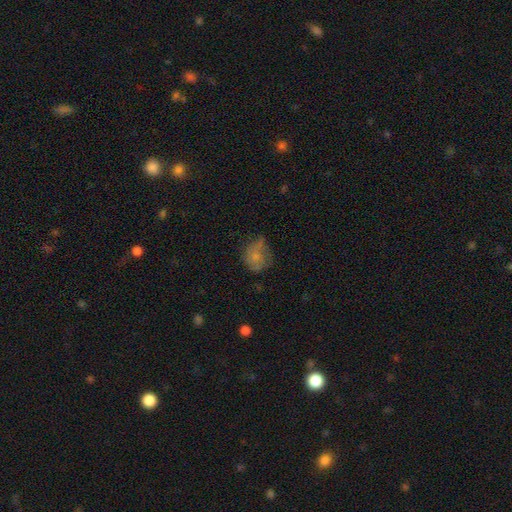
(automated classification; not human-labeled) A smooth galaxy with no disk features (63%) that is round (67%). Merging: none (43%).